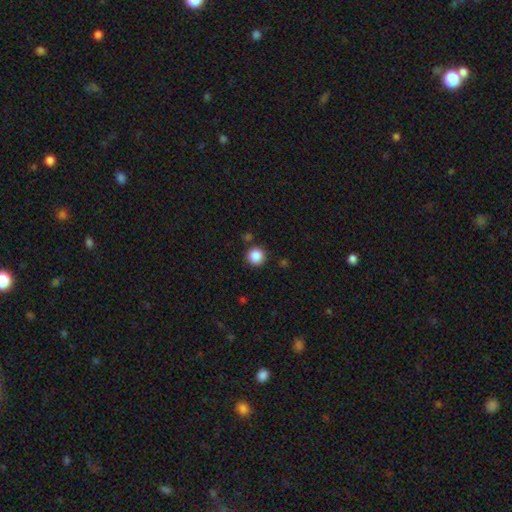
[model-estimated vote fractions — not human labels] Smooth or featured? smooth (87%)
How rounded? round (95%)
Merging? none (88%)